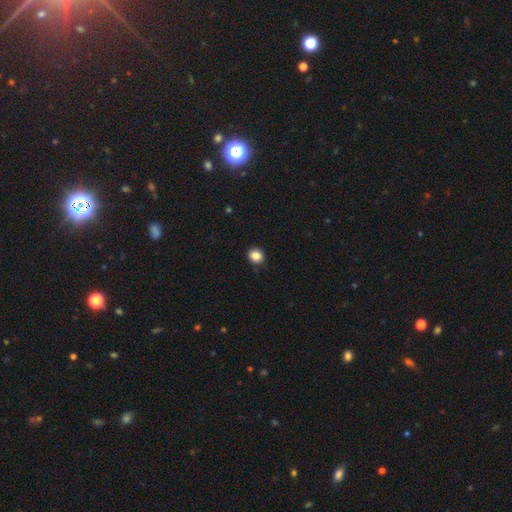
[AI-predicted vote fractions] Smooth or featured? smooth (86%)
How rounded? round (76%)
Merging? none (90%)